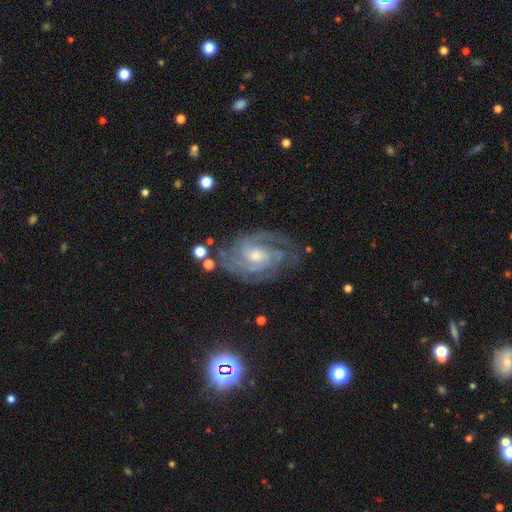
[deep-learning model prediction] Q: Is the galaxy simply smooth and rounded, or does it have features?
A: featured or disk — 89%.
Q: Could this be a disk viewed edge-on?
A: no — 97%.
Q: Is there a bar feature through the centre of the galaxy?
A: no — 56%.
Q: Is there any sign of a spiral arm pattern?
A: yes — 98%.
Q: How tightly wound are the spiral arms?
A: tight — 58%.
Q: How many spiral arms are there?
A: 2 — 30%.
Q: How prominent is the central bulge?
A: moderate — 48%.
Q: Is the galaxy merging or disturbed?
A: none — 74%.